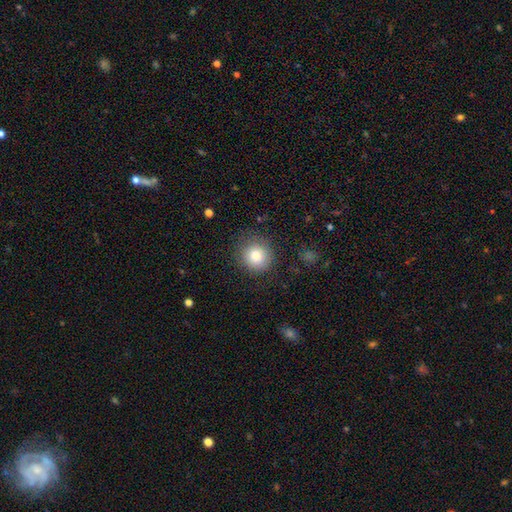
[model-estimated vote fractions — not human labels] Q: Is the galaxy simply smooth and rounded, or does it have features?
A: smooth — 83%.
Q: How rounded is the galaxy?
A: round — 90%.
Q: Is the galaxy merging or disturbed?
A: none — 83%.